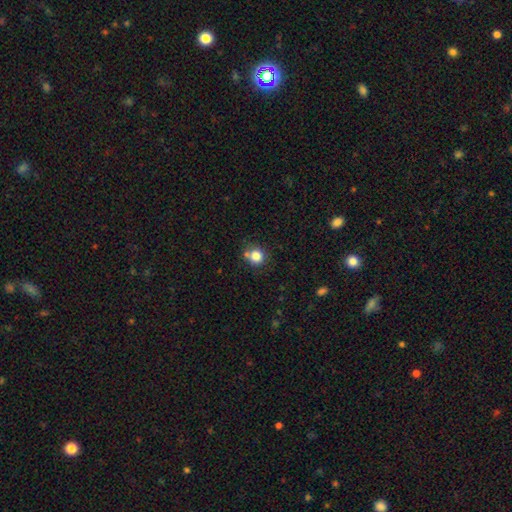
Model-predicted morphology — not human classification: type=smooth (82%); roundness=round (86%); merging=none (66%).